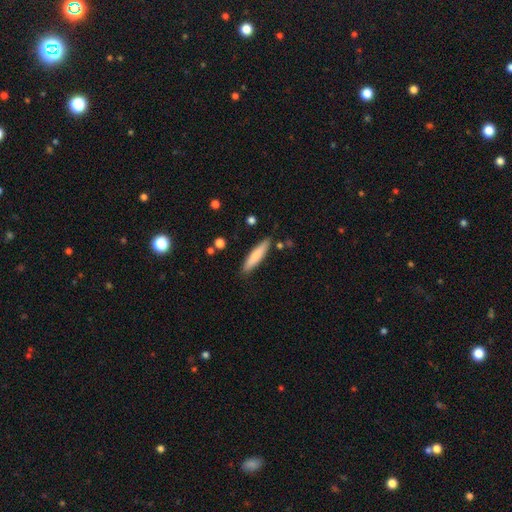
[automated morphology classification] A smooth galaxy with no disk features (75%) that is cigar-shaped (83%).

Vote fractions:
- Smooth or featured? smooth: 75% / featured or disk: 20% / star or artifact: 6%
- How rounded? cigar-shaped: 83% / in between: 16% / round: 1%
- Merging? none: 86% / minor disturbance: 10% / merger: 2% / major disturbance: 2%